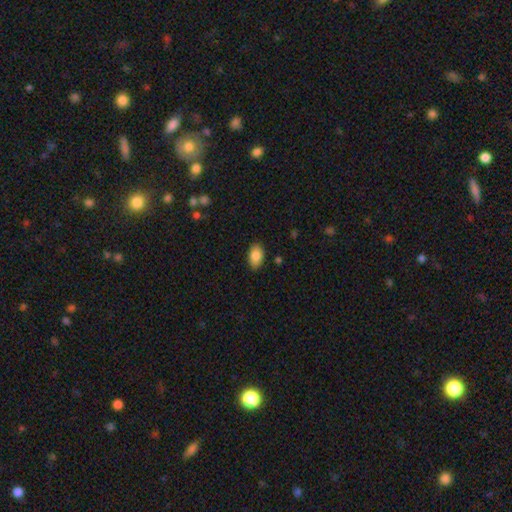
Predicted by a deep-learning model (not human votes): A smooth galaxy with no disk features (85%) that is in between round and cigar-shaped (90%). Merging: none (84%).